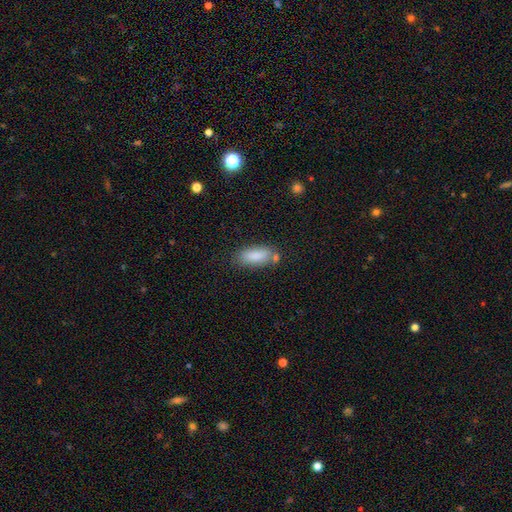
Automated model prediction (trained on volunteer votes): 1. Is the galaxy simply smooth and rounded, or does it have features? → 85% smooth, 8% featured or disk, 7% star or artifact.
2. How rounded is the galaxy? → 82% in between, 16% cigar-shaped, 2% round.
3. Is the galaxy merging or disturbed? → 65% none, 18% minor disturbance, 13% merger, 5% major disturbance.